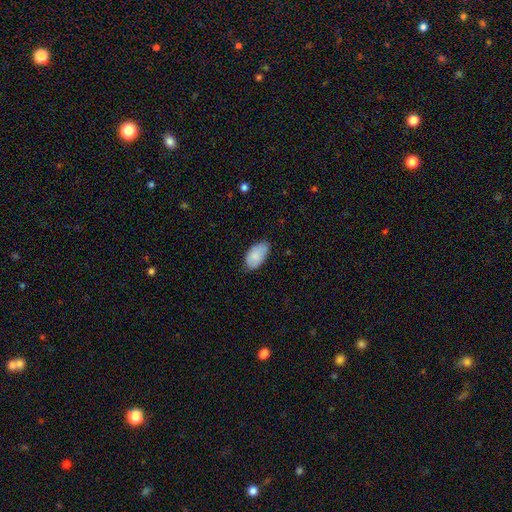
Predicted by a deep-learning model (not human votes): A smooth galaxy with no disk features (85%) that is in between round and cigar-shaped (95%).

Vote fractions:
- Smooth or featured? smooth: 85% / featured or disk: 9% / star or artifact: 6%
- How rounded? in between: 95% / round: 3% / cigar-shaped: 2%
- Merging? none: 71% / minor disturbance: 24% / major disturbance: 3% / merger: 1%